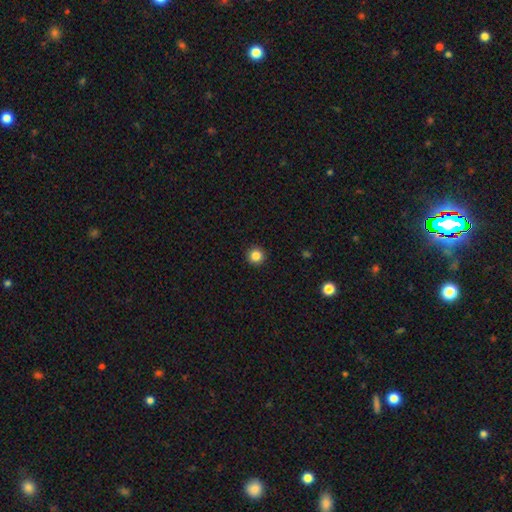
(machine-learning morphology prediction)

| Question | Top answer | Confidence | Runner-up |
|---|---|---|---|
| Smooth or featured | smooth | 85% | star or artifact (11%) |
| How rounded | round | 96% | in between (3%) |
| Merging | none | 93% | minor disturbance (4%) |